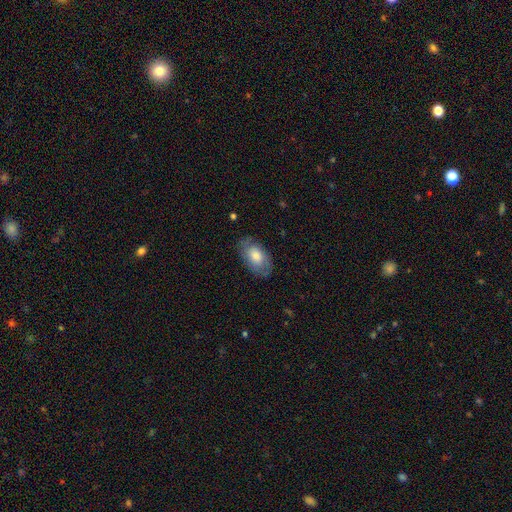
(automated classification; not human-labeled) smooth-or-featured: smooth: 65% | featured or disk: 29% | star or artifact: 7%
  how-rounded: in between: 93% | round: 6% | cigar-shaped: 2%
  merging: none: 76% | minor disturbance: 18% | major disturbance: 5% | merger: 1%